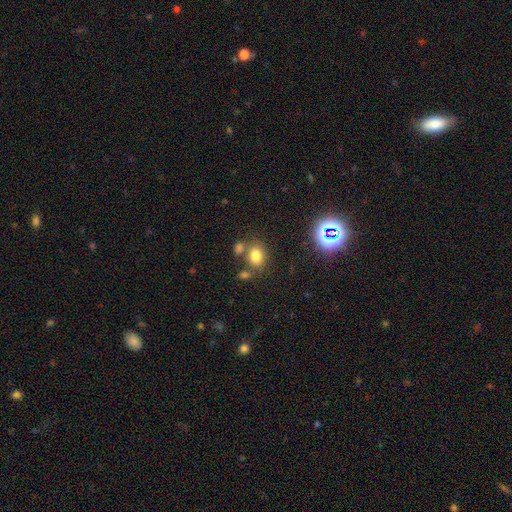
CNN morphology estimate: smooth 76%, star or artifact 15%, featured or disk 9%. Down the decision tree: how rounded — in between (57%); merging — none (62%).